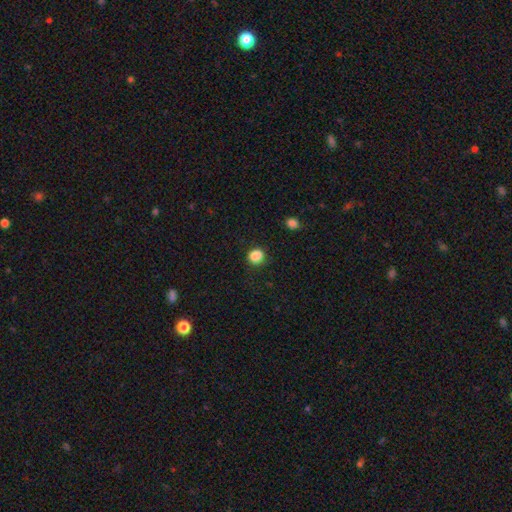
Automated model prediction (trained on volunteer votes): This is clearly a smooth galaxy (85%). How rounded: clearly round (83%). Merging: likely none (80%).